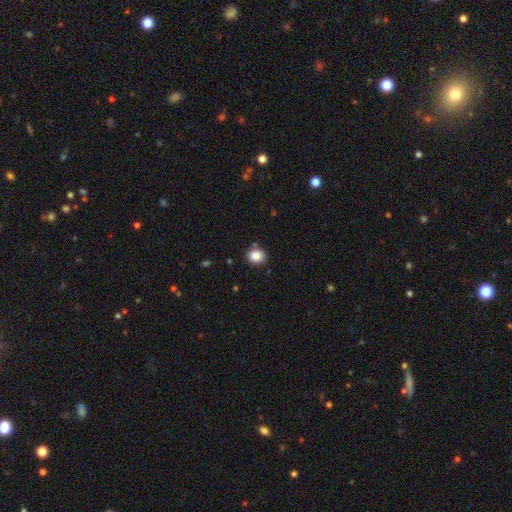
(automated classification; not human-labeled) This is clearly a smooth galaxy (86%). How rounded: likely round (67%). Merging: clearly none (84%).